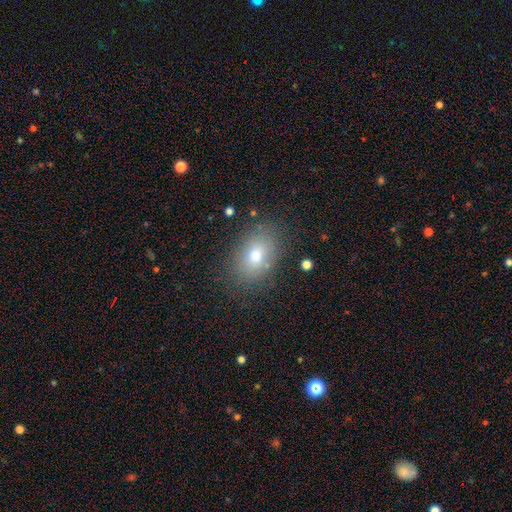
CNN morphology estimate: smooth-or-featured: smooth: 73% | featured or disk: 15% | star or artifact: 12%
  how-rounded: in between: 77% | round: 22% | cigar-shaped: 1%
  merging: none: 80% | minor disturbance: 13% | major disturbance: 5% | merger: 2%